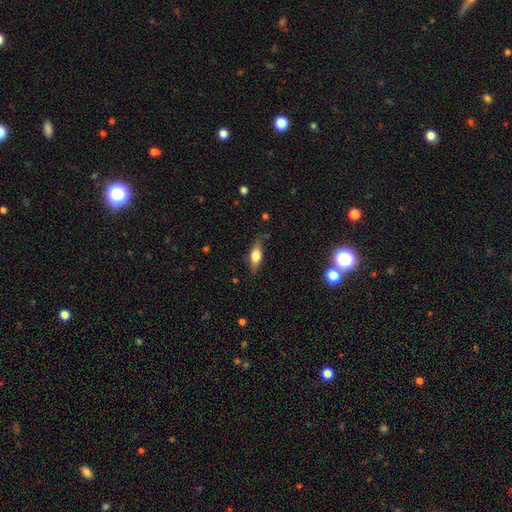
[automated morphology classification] Smooth or featured? smooth (57%)
How rounded? in between (70%)
Merging? none (75%)